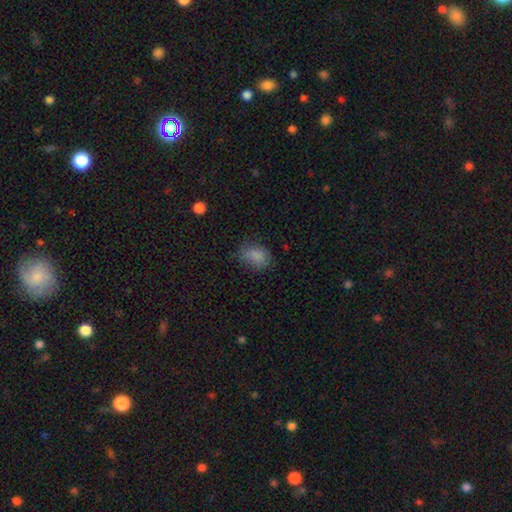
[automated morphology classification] smooth_or_featured: smooth (p=0.81) [alt: star or artifact p=0.11]
how_rounded: in between (p=0.71) [alt: round p=0.28]
merging: none (p=0.60) [alt: minor disturbance p=0.28]